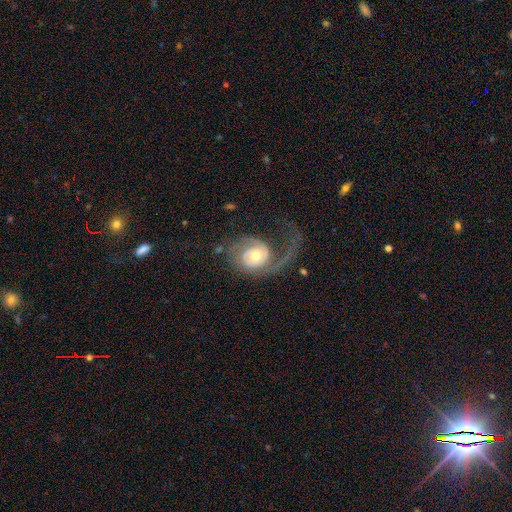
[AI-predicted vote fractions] This is clearly a featured or disk galaxy (84%). It is clearly not viewed edge-on (97%). Bar: likely no (69%). Spiral arm pattern: clearly yes (94%). Spiral arm count: possibly 1 (48%). Spiral winding: marginally loose (38%). Central bulge: likely moderate (68%). Merging: marginally major disturbance (44%).